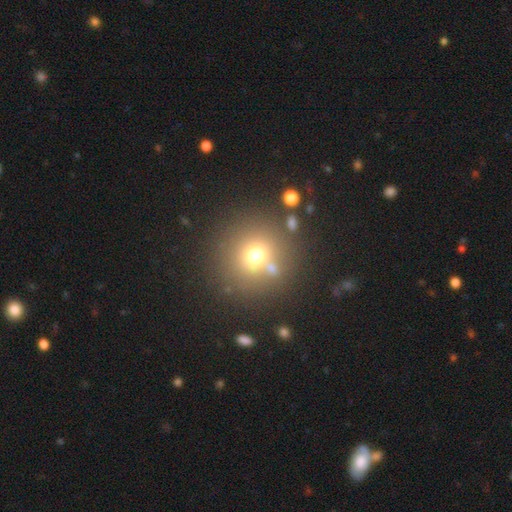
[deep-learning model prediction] The model was most divided on "smooth or featured": smooth: 67%, star or artifact: 19%, featured or disk: 14%. More confident: how rounded — round (91%); merging — none (74%).